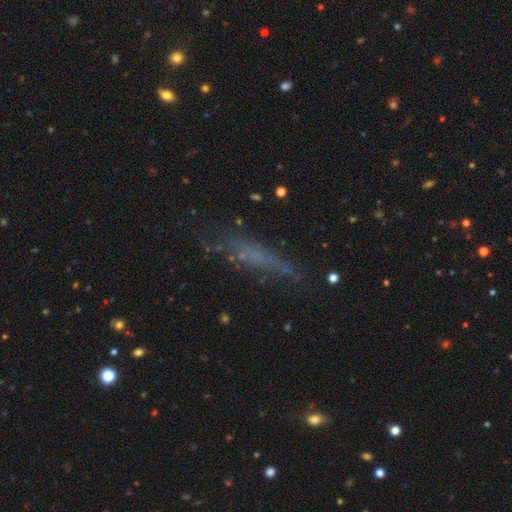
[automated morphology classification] type=smooth (43%); merging=none (59%).